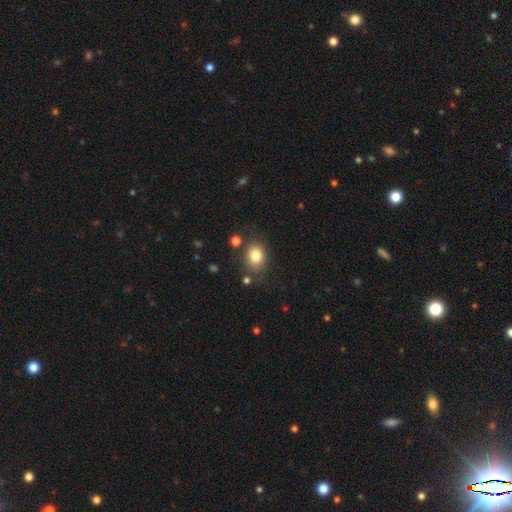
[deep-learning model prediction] The model was most divided on "how rounded": in between: 51%, round: 48%, cigar-shaped: 1%. More confident: smooth or featured — smooth (81%); merging — none (77%).